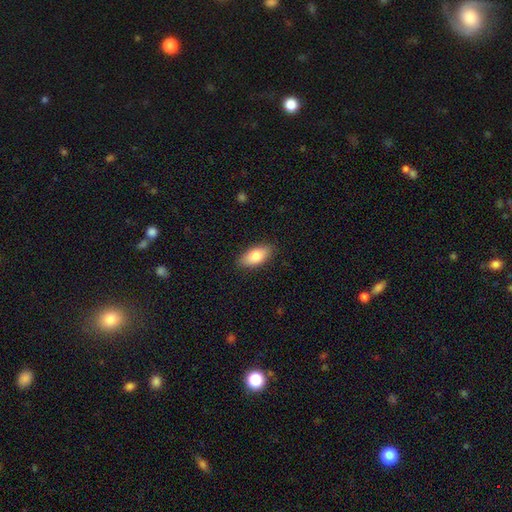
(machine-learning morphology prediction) type=smooth (80%); roundness=in between (89%); merging=none (88%).